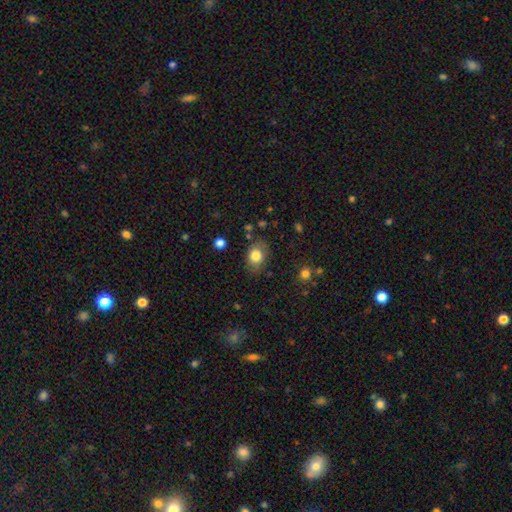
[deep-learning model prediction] The model was most divided on "how rounded": in between: 60%, round: 39%, cigar-shaped: 1%. More confident: smooth or featured — smooth (82%); merging — none (76%).